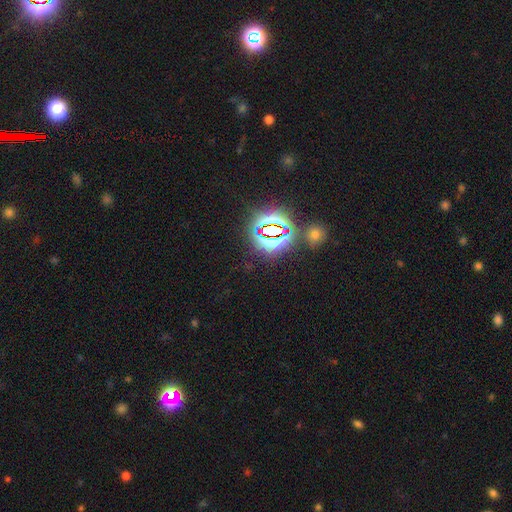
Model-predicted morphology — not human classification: Overall: star or artifact (80%).